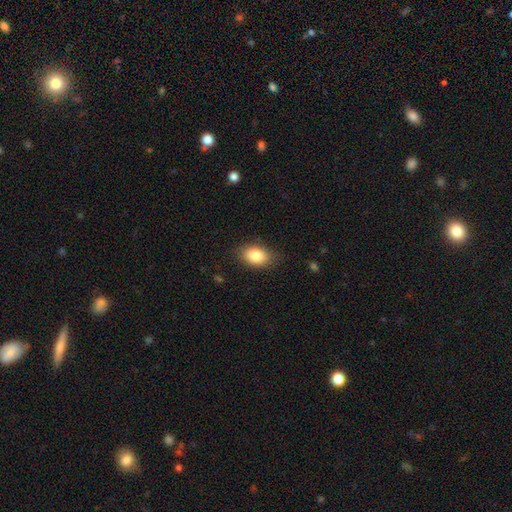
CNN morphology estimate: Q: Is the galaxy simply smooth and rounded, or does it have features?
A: smooth — 85%.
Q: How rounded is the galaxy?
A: in between — 84%.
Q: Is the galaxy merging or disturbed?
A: none — 80%.